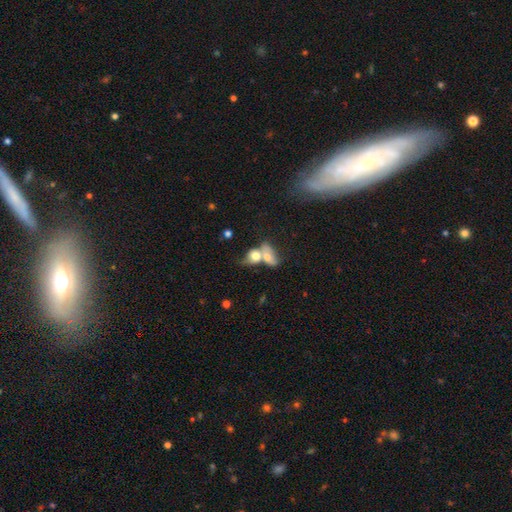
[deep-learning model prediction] smooth_or_featured: smooth (p=0.67) [alt: featured or disk p=0.24]
how_rounded: in between (p=0.63) [alt: round p=0.33]
merging: merger (p=0.76) [alt: none p=0.12]